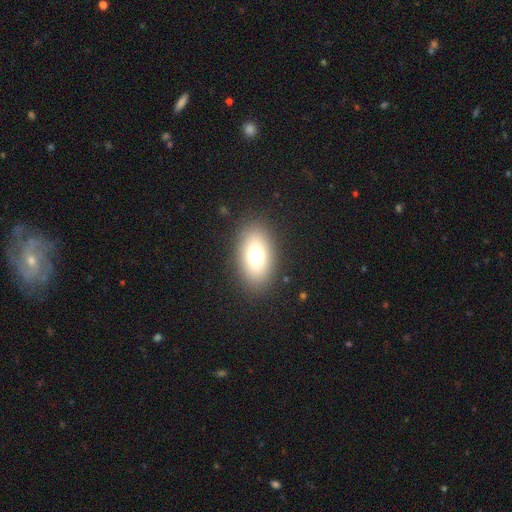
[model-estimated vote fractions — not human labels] Overall: smooth (68%). How rounded: in between (79%). Merging: none (86%).